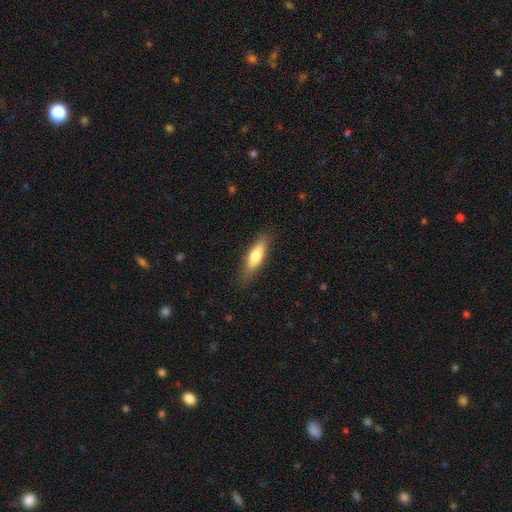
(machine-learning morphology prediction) Smooth or featured? smooth (70%)
How rounded? cigar-shaped (50%)
Merging? none (82%)